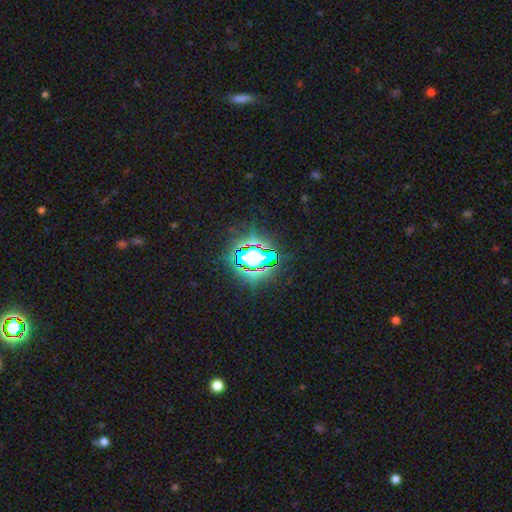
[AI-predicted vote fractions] Smooth or featured? star or artifact (77%)